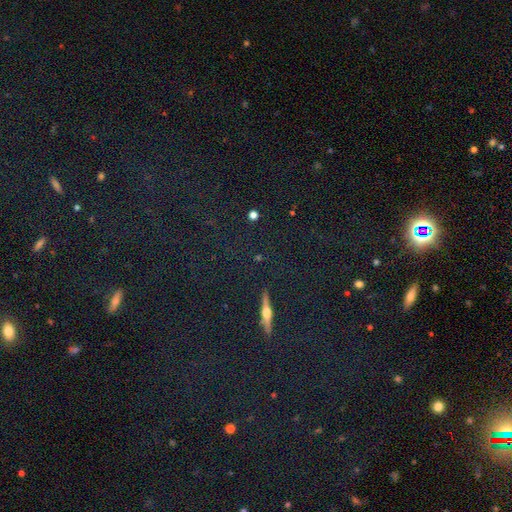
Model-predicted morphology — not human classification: Overall: star or artifact (72%).